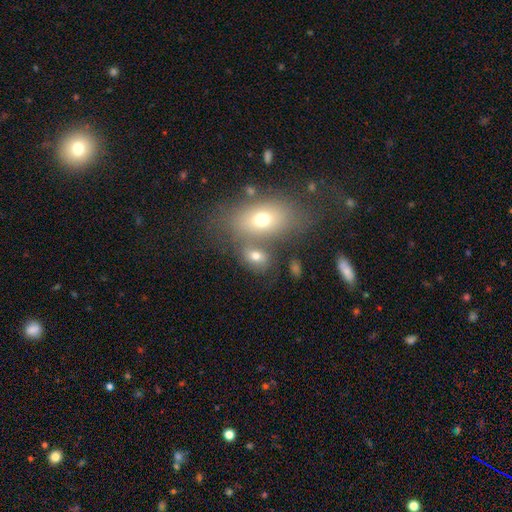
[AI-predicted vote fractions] Smooth or featured: smooth — 67% (featured or disk — 19%)
How rounded: in between — 72% (round — 25%)
Merging: none — 44% (merger — 37%)